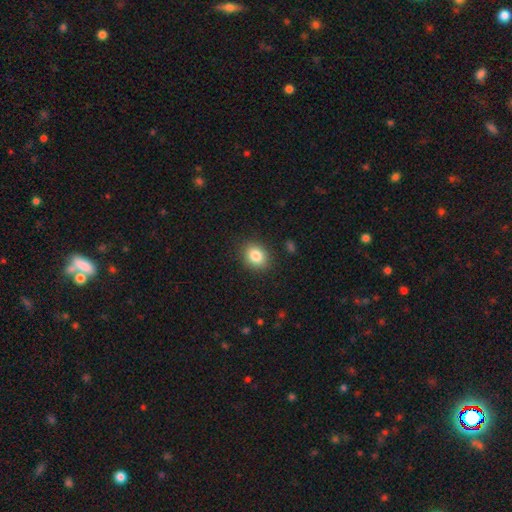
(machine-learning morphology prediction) This appears to be a smooth galaxy with no disk features (84%) that is round (50%). Merging: none (88%).